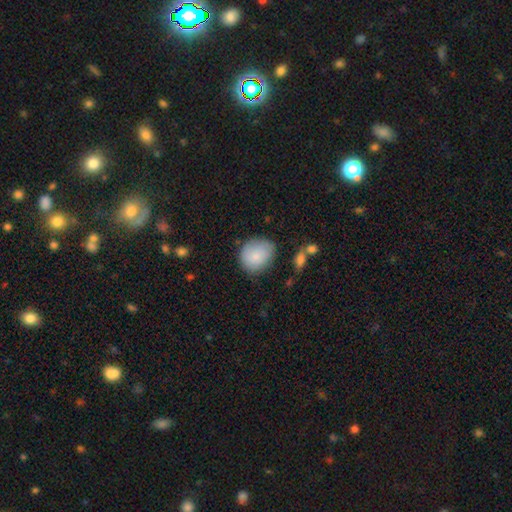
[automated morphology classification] Smooth or featured? Predicted: smooth (p=0.82). How rounded? Predicted: round (p=0.68). Merging? Predicted: none (p=0.70).